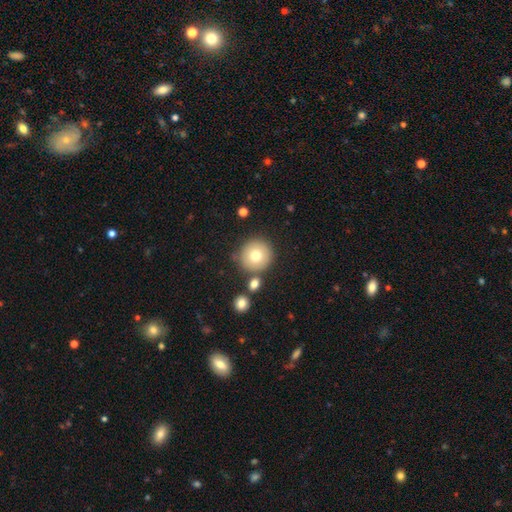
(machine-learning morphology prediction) A smooth galaxy with no disk features (75%) that is round (95%).

Vote fractions:
- Smooth or featured? smooth: 75% / featured or disk: 14% / star or artifact: 10%
- How rounded? round: 95% / in between: 4% / cigar-shaped: 1%
- Merging? none: 78% / minor disturbance: 9% / merger: 9% / major disturbance: 3%